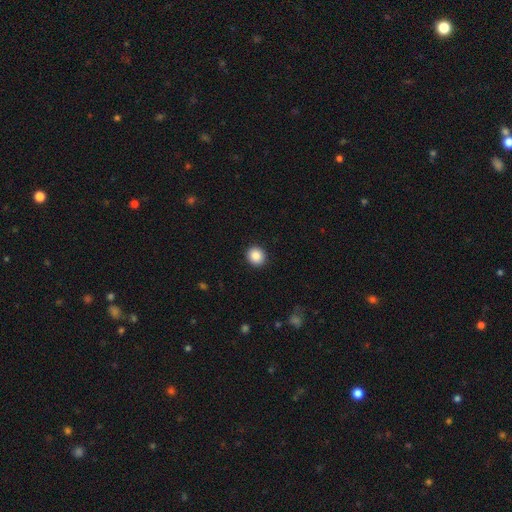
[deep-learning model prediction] smooth_or_featured: smooth (p=0.87) [alt: star or artifact p=0.09]
how_rounded: round (p=0.86) [alt: in between p=0.14]
merging: none (p=0.92) [alt: minor disturbance p=0.05]